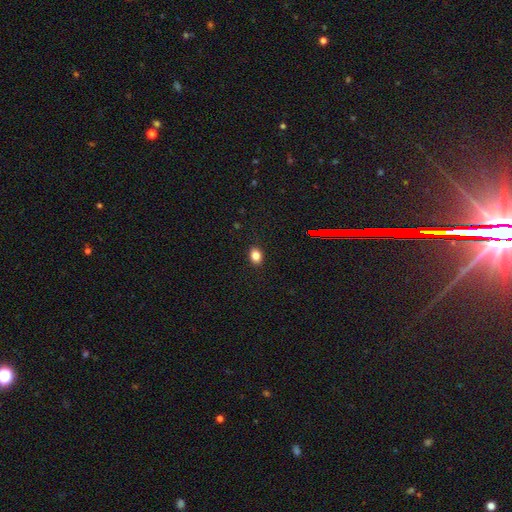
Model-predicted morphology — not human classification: smooth 83%, star or artifact 12%, featured or disk 5%. Down the decision tree: how rounded — in between (63%); merging — none (90%).